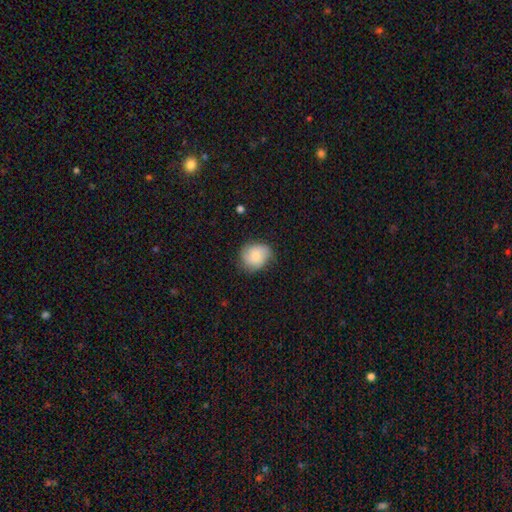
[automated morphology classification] A smooth galaxy with no disk features (68%) that is round (67%).

Vote fractions:
- Smooth or featured? smooth: 68% / featured or disk: 24% / star or artifact: 7%
- How rounded? round: 67% / in between: 32% / cigar-shaped: 1%
- Merging? none: 69% / minor disturbance: 24% / major disturbance: 6% / merger: 1%